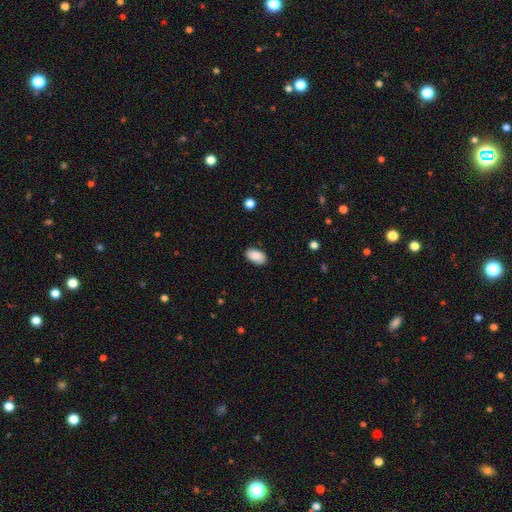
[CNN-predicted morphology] This is clearly a smooth galaxy (88%). How rounded: clearly in between (94%). Merging: clearly none (85%).